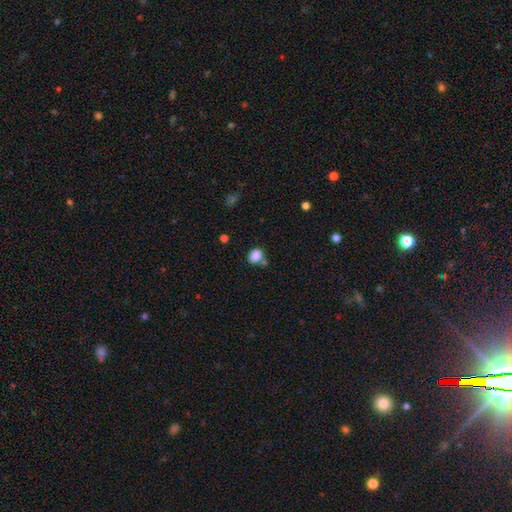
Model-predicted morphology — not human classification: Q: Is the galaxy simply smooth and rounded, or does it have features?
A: smooth — 86%.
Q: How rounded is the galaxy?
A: round — 50%.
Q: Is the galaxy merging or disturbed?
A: none — 64%.